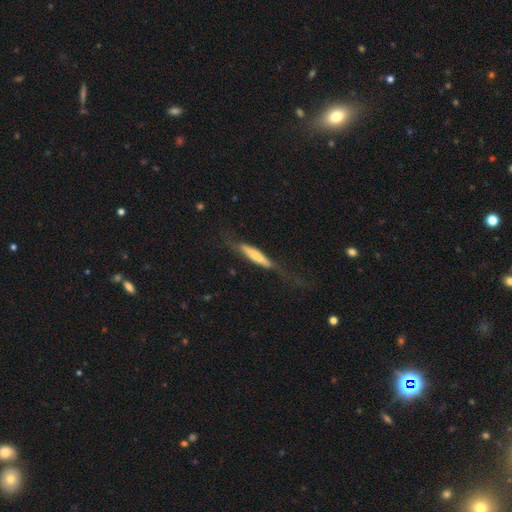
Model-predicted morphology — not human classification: Smooth or featured?
  - smooth: 49% *
  - featured or disk: 46%
  - star or artifact: 5%
Merging?
  - none: 54% *
  - minor disturbance: 24%
  - major disturbance: 20%
  - merger: 2%